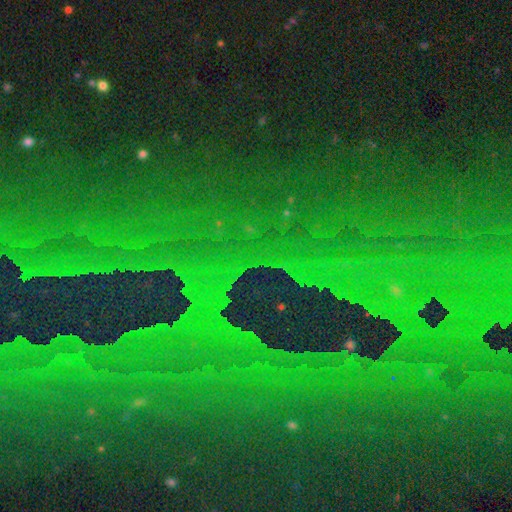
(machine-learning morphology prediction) Overall: star or artifact (83%).